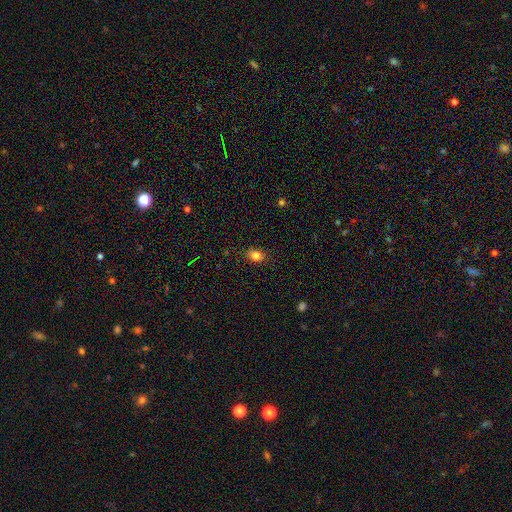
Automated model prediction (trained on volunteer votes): The model was most divided on "how rounded": in between: 61%, round: 38%, cigar-shaped: 1%. More confident: merging — none (85%); smooth or featured — smooth (81%).